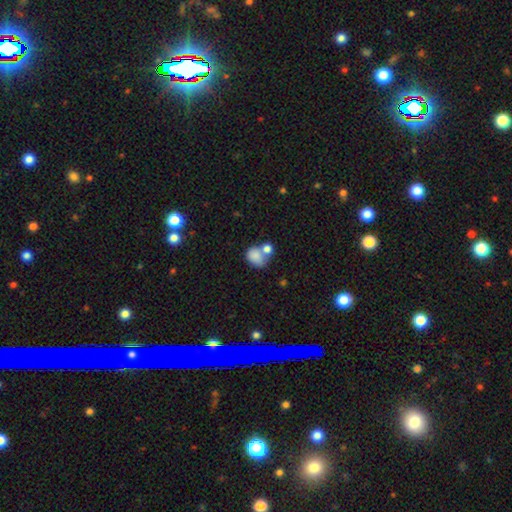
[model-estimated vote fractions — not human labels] Smooth or featured? smooth (80%)
How rounded? round (50%)
Merging? merger (48%)